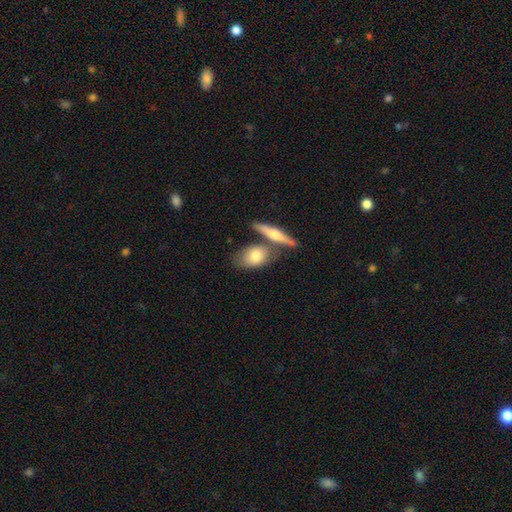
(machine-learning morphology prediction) Smooth or featured?
  - smooth: 70% *
  - featured or disk: 24%
  - star or artifact: 5%
How rounded?
  - in between: 80% *
  - round: 10%
  - cigar-shaped: 10%
Merging?
  - none: 50% *
  - merger: 30%
  - minor disturbance: 15%
  - major disturbance: 5%